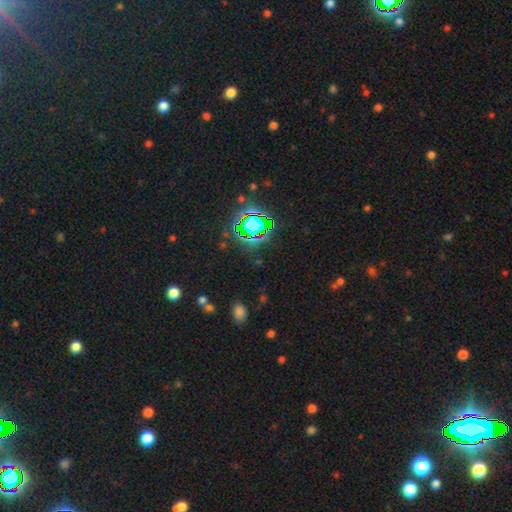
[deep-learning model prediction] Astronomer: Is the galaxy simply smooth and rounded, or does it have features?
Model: star or artifact — 76%.